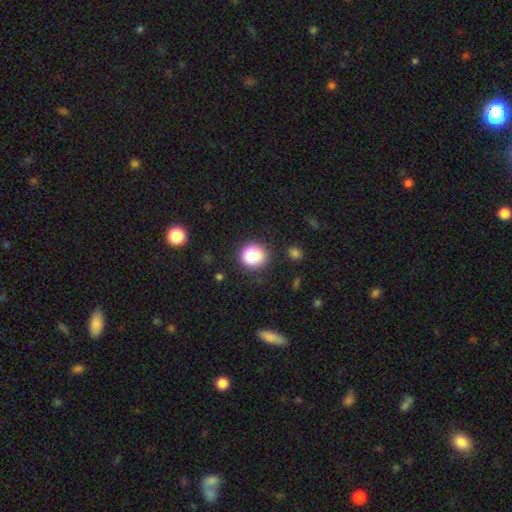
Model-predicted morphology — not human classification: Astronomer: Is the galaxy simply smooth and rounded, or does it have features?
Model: smooth — 78%.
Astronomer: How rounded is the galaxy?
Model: round — 82%.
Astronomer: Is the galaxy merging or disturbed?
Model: none — 78%.